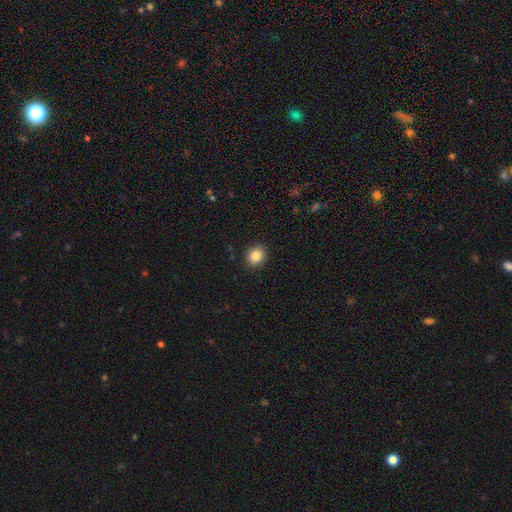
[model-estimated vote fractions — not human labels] smooth-or-featured: smooth: 86% | star or artifact: 10% | featured or disk: 5%
  how-rounded: round: 70% | in between: 29% | cigar-shaped: 1%
  merging: none: 90% | minor disturbance: 6% | major disturbance: 2% | merger: 1%